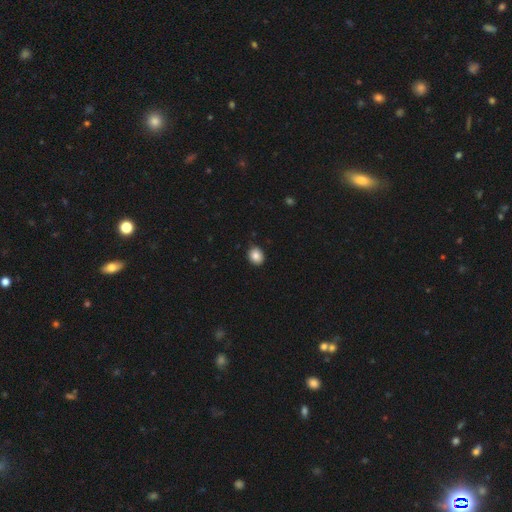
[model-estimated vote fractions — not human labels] smooth_or_featured: smooth (p=0.84) [alt: star or artifact p=0.09]
how_rounded: round (p=0.60) [alt: in between p=0.39]
merging: none (p=0.86) [alt: minor disturbance p=0.11]